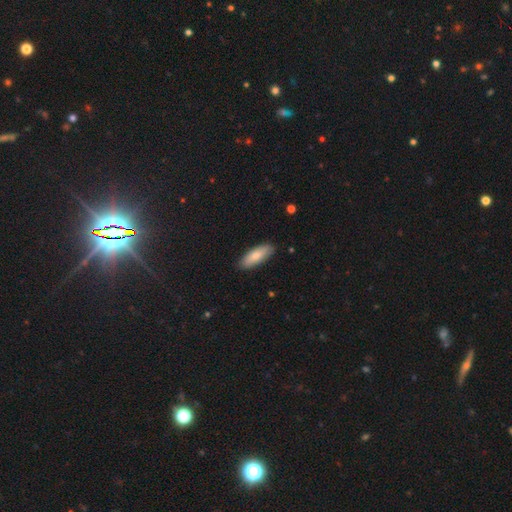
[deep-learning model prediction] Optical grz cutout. It shows a smooth galaxy with no disk features (79%) that is in between round and cigar-shaped (68%). Merging: none (87%).